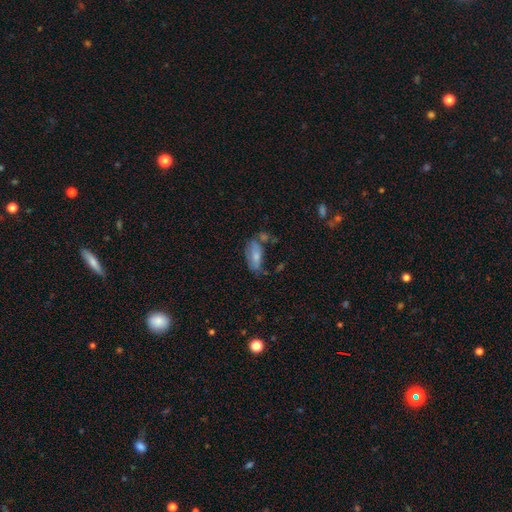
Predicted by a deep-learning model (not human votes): A smooth galaxy with no disk features (70%) that is in between round and cigar-shaped (81%). Merging: none (47%).